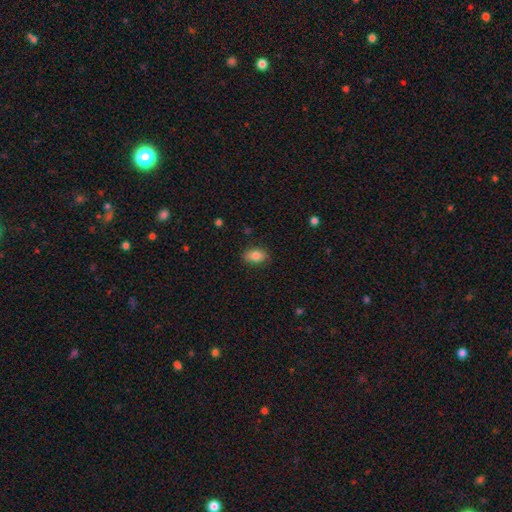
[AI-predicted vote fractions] smooth-or-featured: smooth: 83% | featured or disk: 9% | star or artifact: 8%
  how-rounded: in between: 86% | round: 12% | cigar-shaped: 2%
  merging: none: 81% | minor disturbance: 15% | major disturbance: 3% | merger: 1%